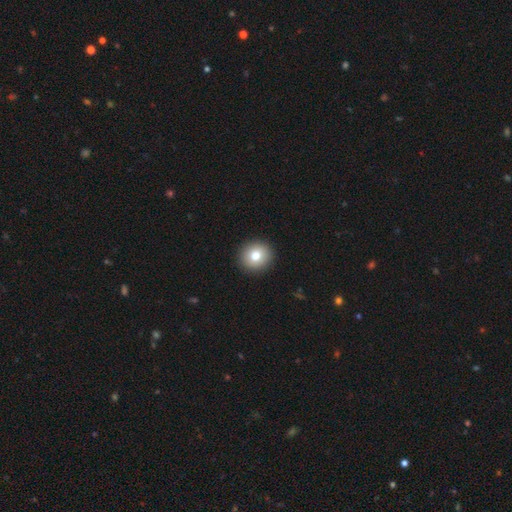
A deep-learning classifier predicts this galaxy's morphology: Smooth or featured: smooth — 81% (featured or disk — 10%)
How rounded: round — 87% (in between — 13%)
Merging: none — 92% (minor disturbance — 5%)